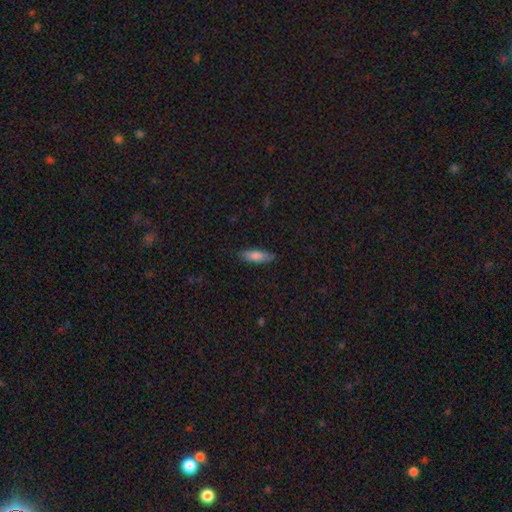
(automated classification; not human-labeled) Smooth or featured?
  - smooth: 80% *
  - featured or disk: 13%
  - star or artifact: 7%
How rounded?
  - in between: 55% *
  - cigar-shaped: 43%
  - round: 2%
Merging?
  - none: 84% *
  - minor disturbance: 13%
  - major disturbance: 3%
  - merger: 1%